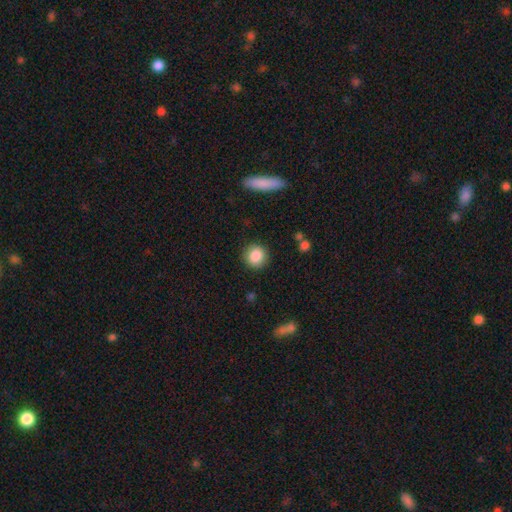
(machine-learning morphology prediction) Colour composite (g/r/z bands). It shows a smooth galaxy with no disk features (86%) that is round (90%). Merging: none (89%).